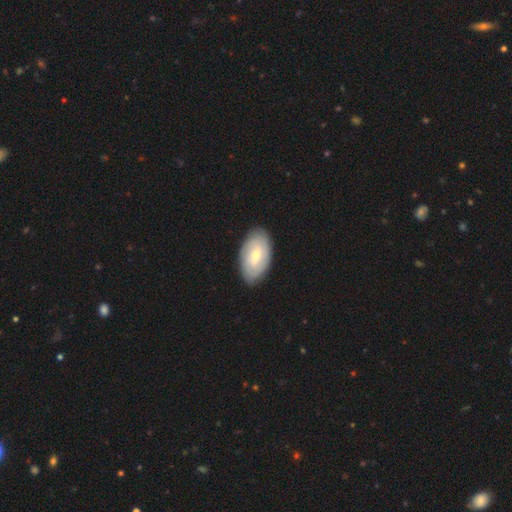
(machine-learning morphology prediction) Smooth or featured? featured or disk (51%)
Edge-on disk? no (92%)
Merging? none (85%)